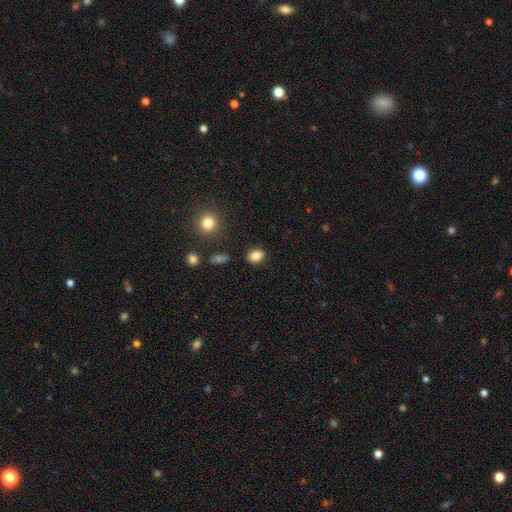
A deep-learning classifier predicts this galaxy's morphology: This is clearly a smooth galaxy (85%). How rounded: likely in between (69%). Merging: clearly none (85%).